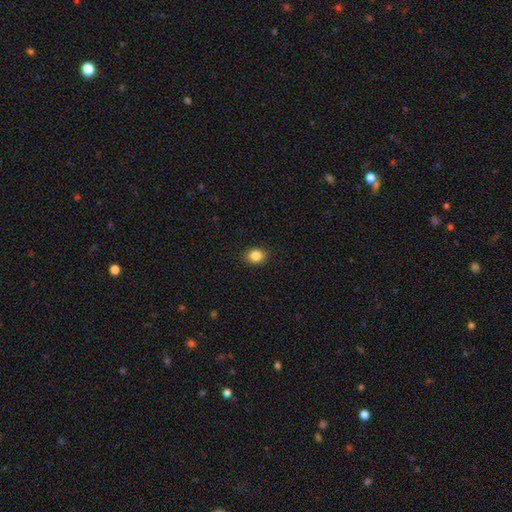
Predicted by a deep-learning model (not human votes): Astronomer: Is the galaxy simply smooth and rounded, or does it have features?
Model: smooth — 85%.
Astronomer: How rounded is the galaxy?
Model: round — 52% (runner-up: in between, 47%).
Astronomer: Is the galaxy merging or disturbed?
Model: none — 90%.